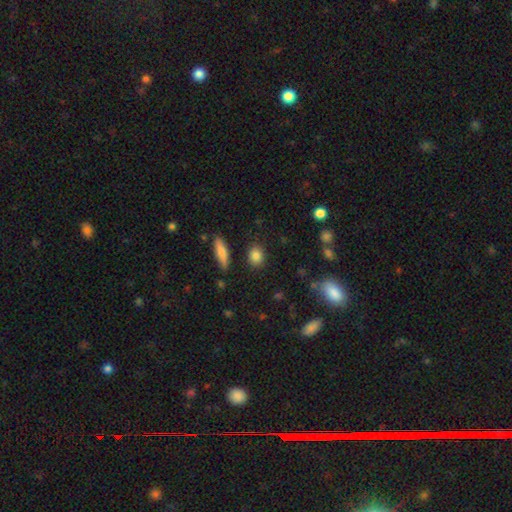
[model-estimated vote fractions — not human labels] A smooth galaxy with no disk features (85%) that is round (49%).

Vote fractions:
- Smooth or featured? smooth: 85% / star or artifact: 9% / featured or disk: 6%
- How rounded? round: 49% / in between: 47% / cigar-shaped: 4%
- Merging? none: 87% / minor disturbance: 8% / major disturbance: 2% / merger: 2%